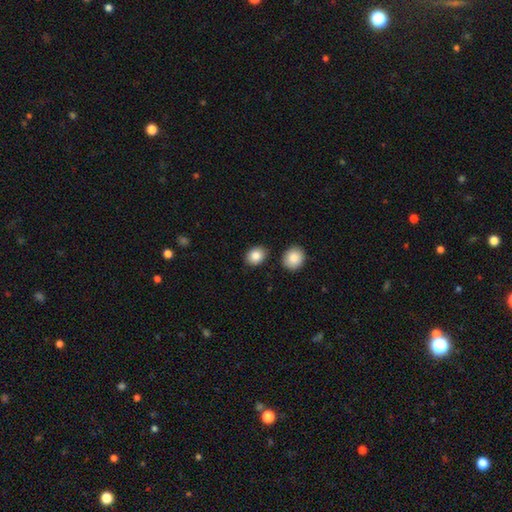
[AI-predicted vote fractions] This is clearly a smooth galaxy (86%). How rounded: possibly in between (56%). Merging: clearly none (83%).